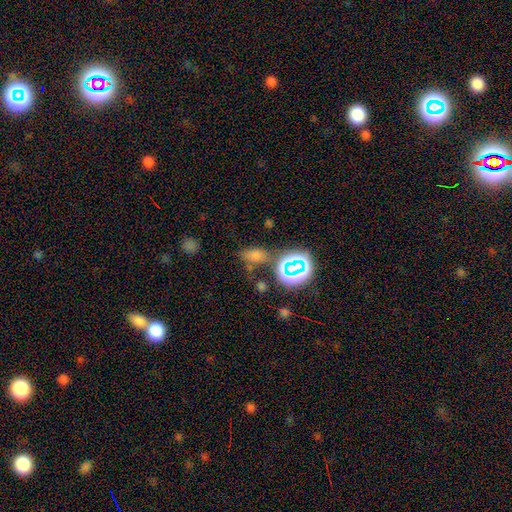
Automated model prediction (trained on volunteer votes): smooth 61%, star or artifact 30%, featured or disk 9%. Down the decision tree: how rounded — in between (78%); merging — none (63%).